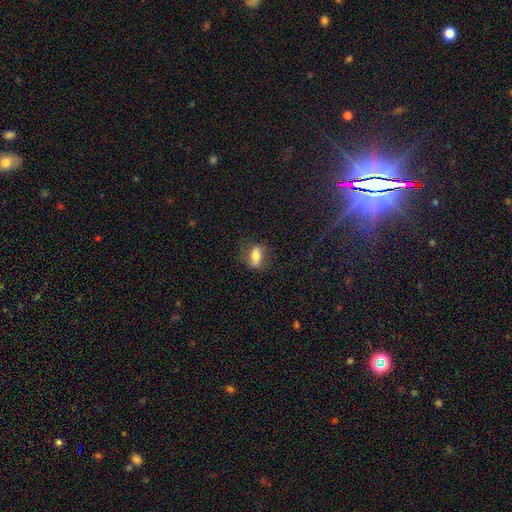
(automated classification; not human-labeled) This appears to be a smooth galaxy with no disk features (68%) that is in between round and cigar-shaped (81%). Merging: none (70%).